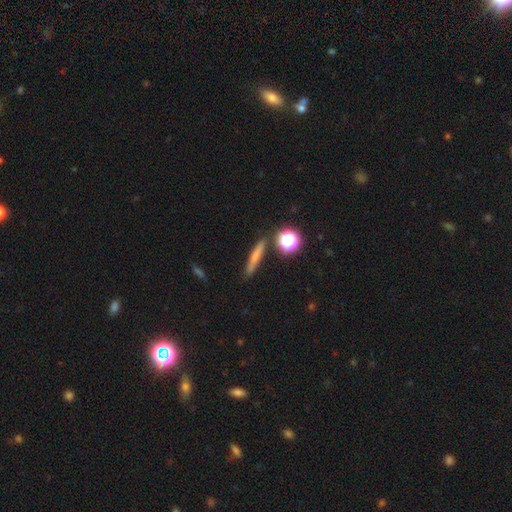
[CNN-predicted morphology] smooth_or_featured: smooth (p=0.65) [alt: featured or disk p=0.23]
how_rounded: cigar-shaped (p=0.82) [alt: round p=0.10]
merging: none (p=0.85) [alt: minor disturbance p=0.09]